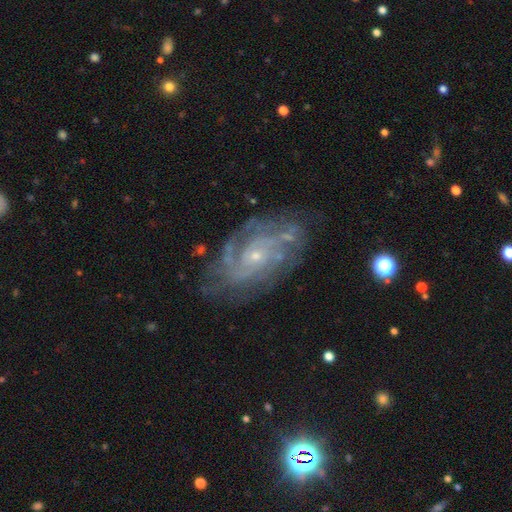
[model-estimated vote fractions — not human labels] Smooth or featured: featured or disk — 85% (smooth — 8%)
Edge-on disk: no — 96% (yes — 4%)
Bar: no — 71% (weak — 24%)
Spiral arms: yes — 94% (no — 6%)
Spiral winding: tight — 61% (medium — 32%)
Spiral arm count: can't tell — 33% (2 — 28%)
Bulge size: small — 78% (moderate — 17%)
Merging: none — 72% (minor disturbance — 18%)